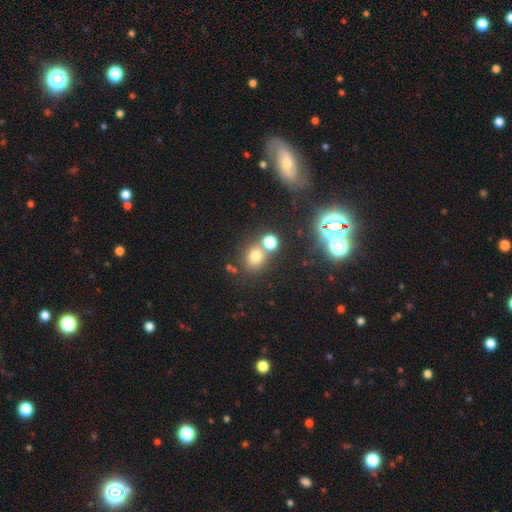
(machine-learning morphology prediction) type=smooth (68%); roundness=round (76%); merging=none (60%).